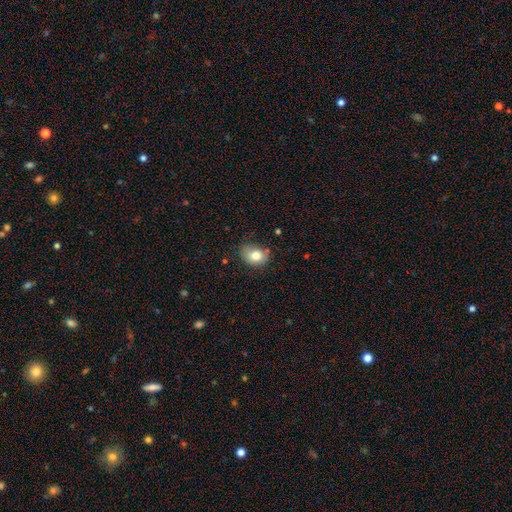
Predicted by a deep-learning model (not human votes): Morphology: type=smooth (81%); roundness=in between (55%); merging=none (59%).